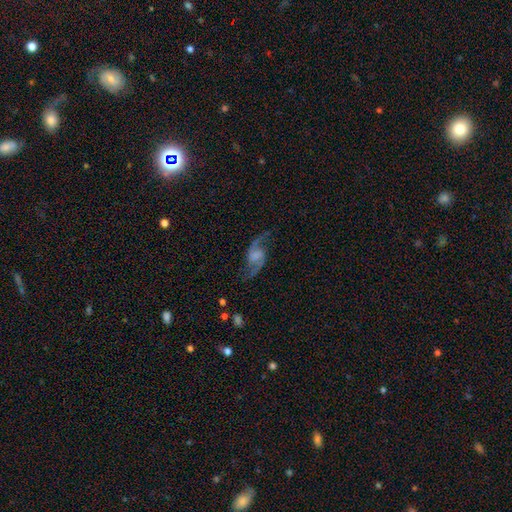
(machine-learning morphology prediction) Overall: featured or disk (85%). Edge-on disk: no (96%). Bar: no (46%; weak 41%). Spiral arms: yes (96%). Spiral arm count: 2 (94%). Spiral winding: loose (70%). Bulge size: none (47%; small 18%). Merging: none (74%).